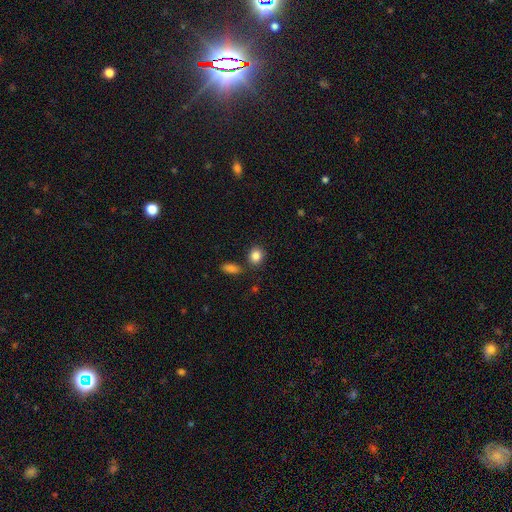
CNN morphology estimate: Smooth or featured? smooth (86%)
How rounded? round (62%)
Merging? none (79%)